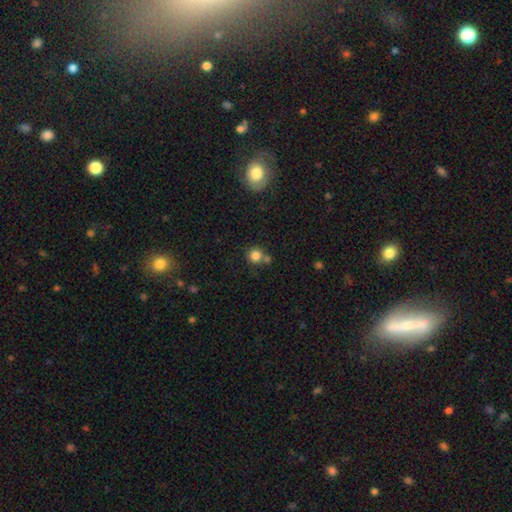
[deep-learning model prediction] Smooth or featured: smooth — 82% (star or artifact — 11%)
How rounded: round — 92% (in between — 7%)
Merging: none — 62% (merger — 24%)